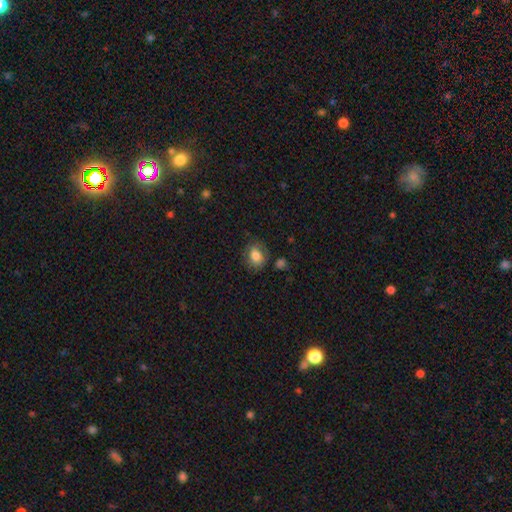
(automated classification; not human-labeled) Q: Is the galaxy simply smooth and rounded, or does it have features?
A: smooth — 77%.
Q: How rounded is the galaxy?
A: round — 50%.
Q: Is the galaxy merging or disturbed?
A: none — 72%.